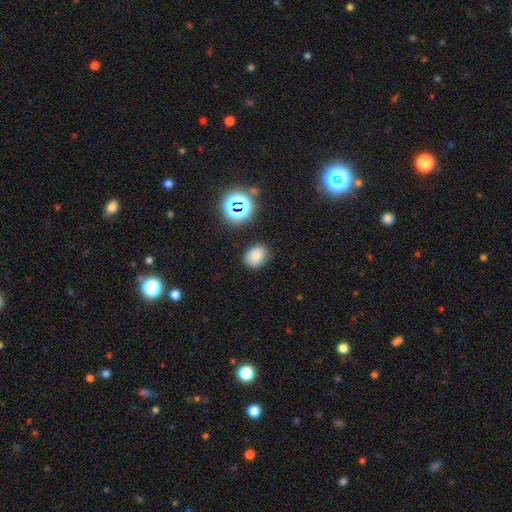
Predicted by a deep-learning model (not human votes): Smooth or featured?
  - smooth: 77% *
  - star or artifact: 16%
  - featured or disk: 7%
How rounded?
  - in between: 51% *
  - round: 48%
  - cigar-shaped: 1%
Merging?
  - none: 82% *
  - minor disturbance: 12%
  - major disturbance: 3%
  - merger: 2%